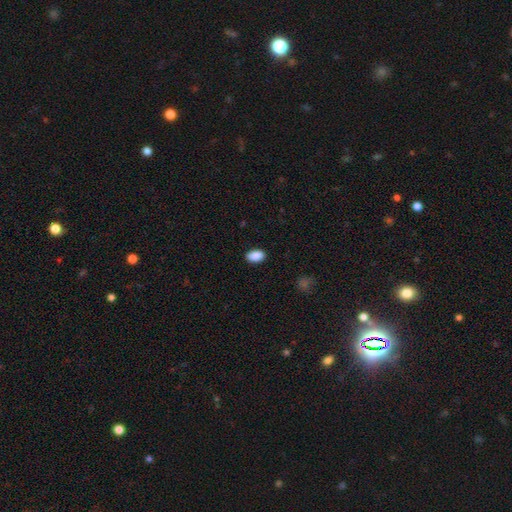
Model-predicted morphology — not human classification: type=smooth (90%); roundness=in between (92%); merging=none (88%).